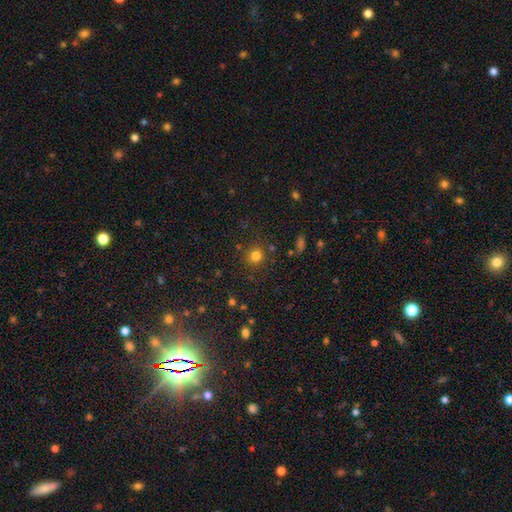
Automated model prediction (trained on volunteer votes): The model was most divided on "smooth or featured": smooth: 79%, star or artifact: 15%, featured or disk: 6%. More confident: how rounded — round (90%); merging — none (85%).